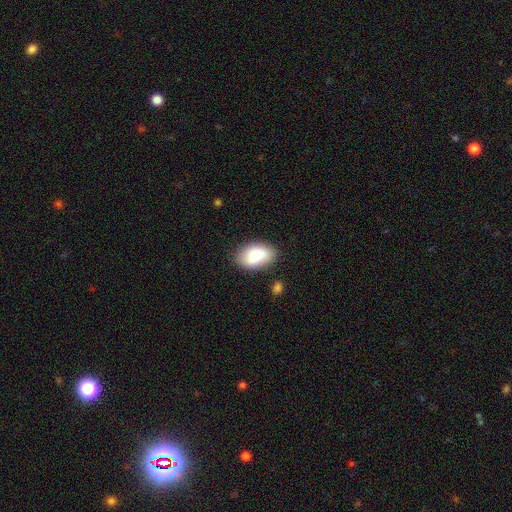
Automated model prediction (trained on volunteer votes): smooth_or_featured: smooth (p=0.86) [alt: featured or disk p=0.07]
how_rounded: in between (p=0.92) [alt: round p=0.07]
merging: none (p=0.76) [alt: minor disturbance p=0.16]